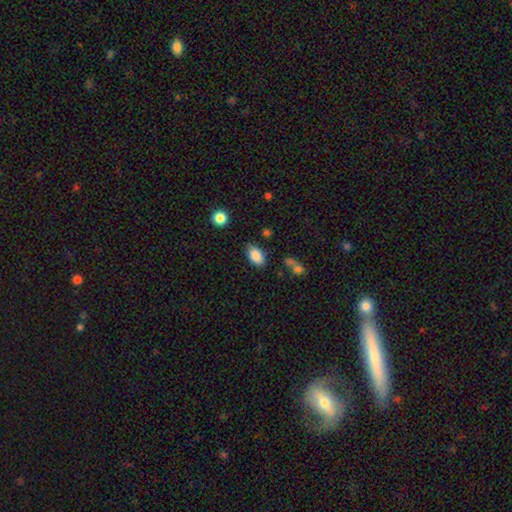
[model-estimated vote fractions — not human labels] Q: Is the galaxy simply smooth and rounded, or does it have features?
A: smooth — 87%.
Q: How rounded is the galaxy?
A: in between — 92%.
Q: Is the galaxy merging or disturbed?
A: none — 80%.